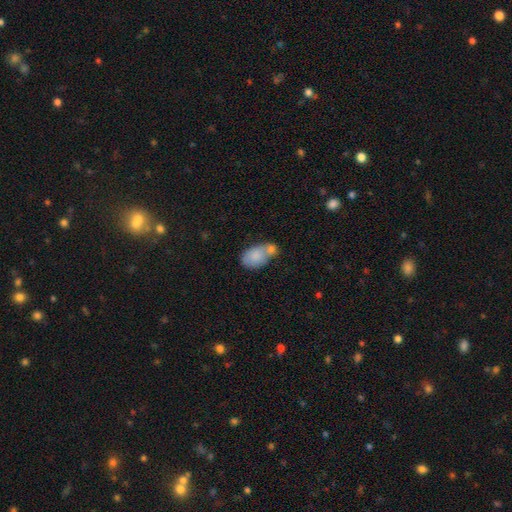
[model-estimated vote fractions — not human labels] smooth_or_featured: smooth (p=0.80) [alt: featured or disk p=0.13]
how_rounded: in between (p=0.87) [alt: round p=0.11]
merging: merger (p=0.43) [alt: none p=0.33]